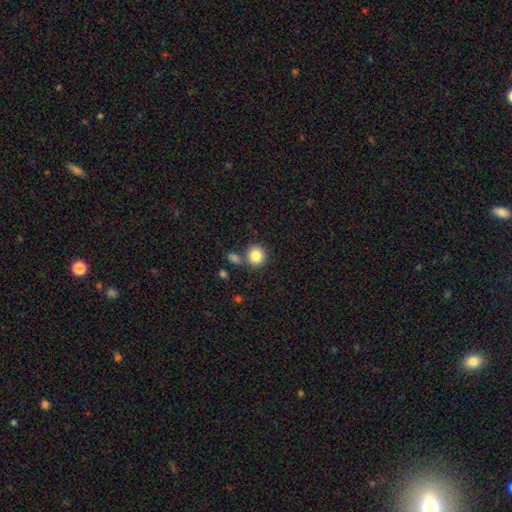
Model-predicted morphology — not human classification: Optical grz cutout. It shows a smooth galaxy with no disk features (84%) that is round (89%). Merging: none (74%).